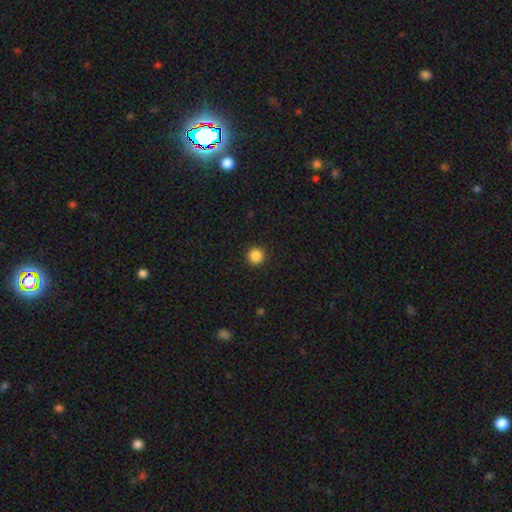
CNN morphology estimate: A smooth galaxy with no disk features (87%) that is round (96%). Merging: none (93%).